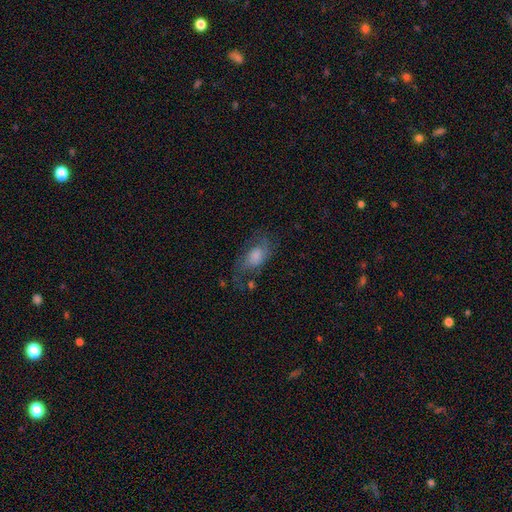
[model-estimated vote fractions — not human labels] A featured or disk galaxy (57%) with no bar (68%), spiral arms (84%) and a moderate central bulge (38%). Merging: none (57%).